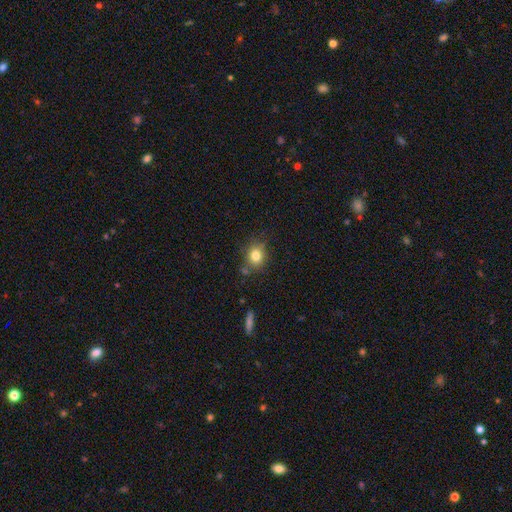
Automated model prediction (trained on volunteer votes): Smooth or featured? Predicted: smooth (p=0.81). How rounded? Predicted: round (p=0.70). Merging? Predicted: none (p=0.76).